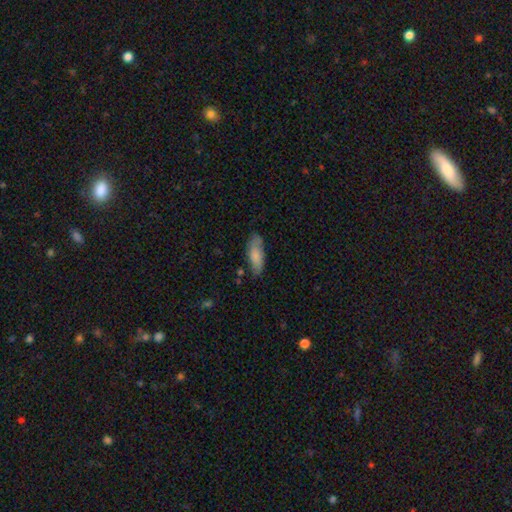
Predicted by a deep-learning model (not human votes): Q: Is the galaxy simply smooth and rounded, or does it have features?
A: smooth — 73%.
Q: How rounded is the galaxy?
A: in between — 74%.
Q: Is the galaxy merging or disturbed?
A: none — 70%.